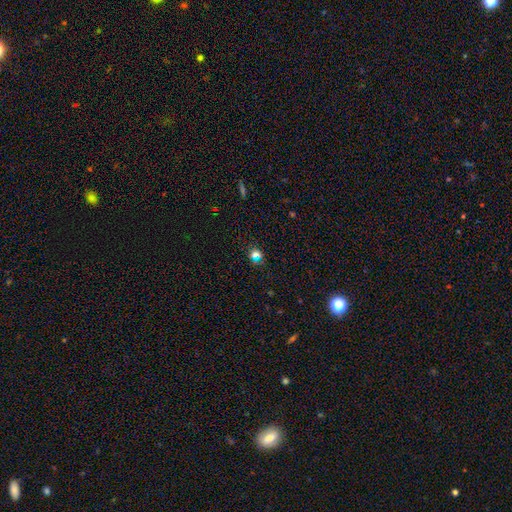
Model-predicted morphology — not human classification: Smooth or featured? smooth (55%)
How rounded? round (74%)
Merging? none (79%)